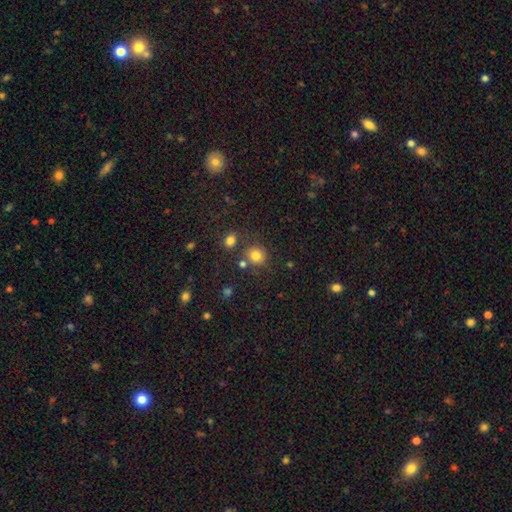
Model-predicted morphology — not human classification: Smooth or featured? Predicted: smooth (p=0.79). How rounded? Predicted: round (p=0.85). Merging? Predicted: none (p=0.73).